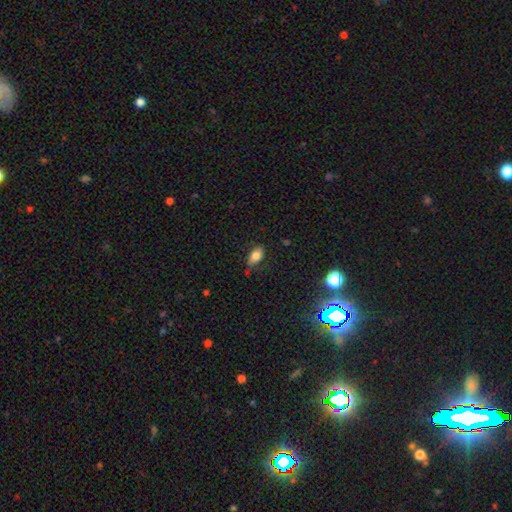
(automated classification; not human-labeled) A smooth galaxy with no disk features (80%) that is in between round and cigar-shaped (90%).

Vote fractions:
- Smooth or featured? smooth: 80% / featured or disk: 11% / star or artifact: 9%
- How rounded? in between: 90% / cigar-shaped: 5% / round: 5%
- Merging? none: 68% / minor disturbance: 24% / major disturbance: 6% / merger: 2%